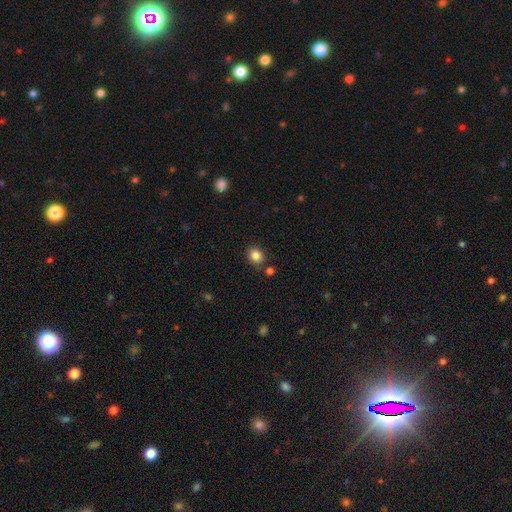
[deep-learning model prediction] A smooth galaxy with no disk features (85%) that is round (66%).

Vote fractions:
- Smooth or featured? smooth: 85% / star or artifact: 11% / featured or disk: 5%
- How rounded? round: 66% / in between: 33% / cigar-shaped: 1%
- Merging? none: 81% / minor disturbance: 10% / merger: 6% / major disturbance: 3%